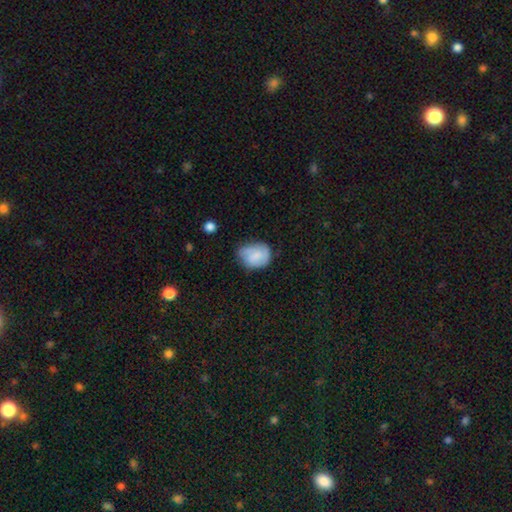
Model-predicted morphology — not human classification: This is likely a smooth galaxy (67%). How rounded: possibly in between (56%). Merging: possibly none (51%).